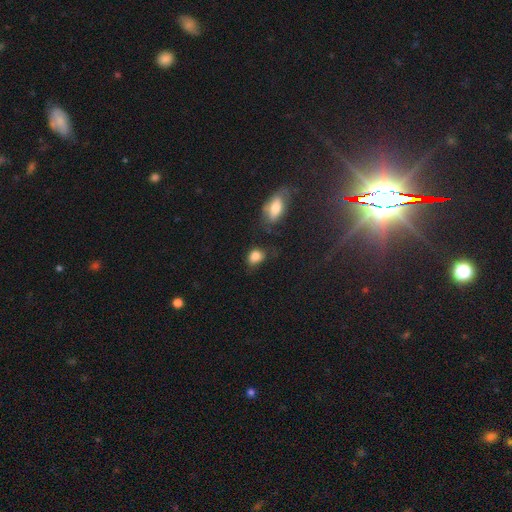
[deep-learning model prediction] Smooth or featured: smooth — 84% (star or artifact — 9%)
How rounded: in between — 66% (round — 33%)
Merging: none — 51% (minor disturbance — 31%)